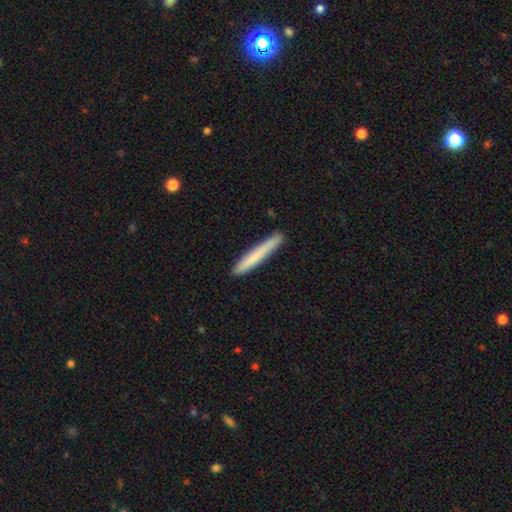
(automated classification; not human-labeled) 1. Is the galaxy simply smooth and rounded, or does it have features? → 74% smooth, 20% featured or disk, 6% star or artifact.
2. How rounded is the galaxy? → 96% cigar-shaped, 3% in between, 1% round.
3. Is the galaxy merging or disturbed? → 89% none, 8% minor disturbance, 1% major disturbance, 1% merger.